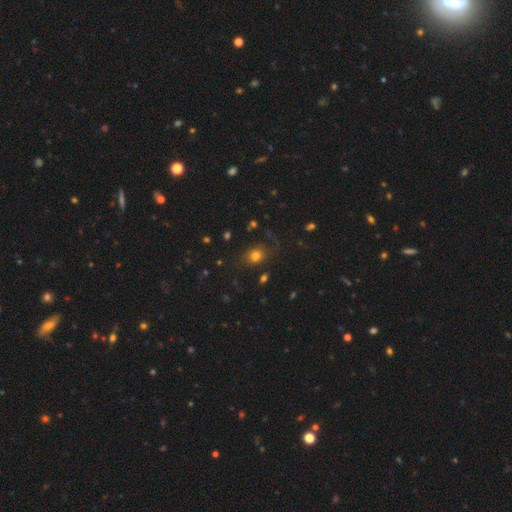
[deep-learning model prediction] smooth-or-featured: smooth: 72% | star or artifact: 16% | featured or disk: 12%
  how-rounded: round: 57% | in between: 42% | cigar-shaped: 1%
  merging: none: 67% | minor disturbance: 17% | major disturbance: 13% | merger: 3%